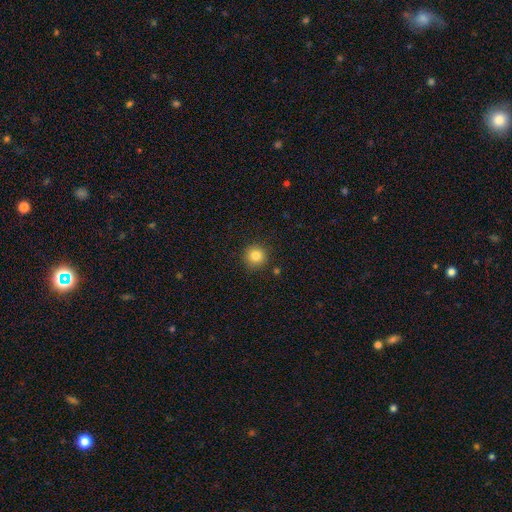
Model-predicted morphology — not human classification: The model was most divided on "smooth or featured": smooth: 83%, star or artifact: 11%, featured or disk: 6%. More confident: how rounded — round (94%); merging — none (89%).